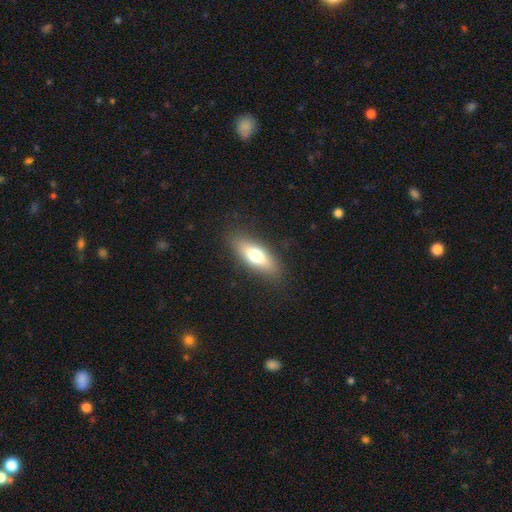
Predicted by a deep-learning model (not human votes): This is likely a smooth galaxy (68%). How rounded: likely in between (65%). Merging: clearly none (85%).